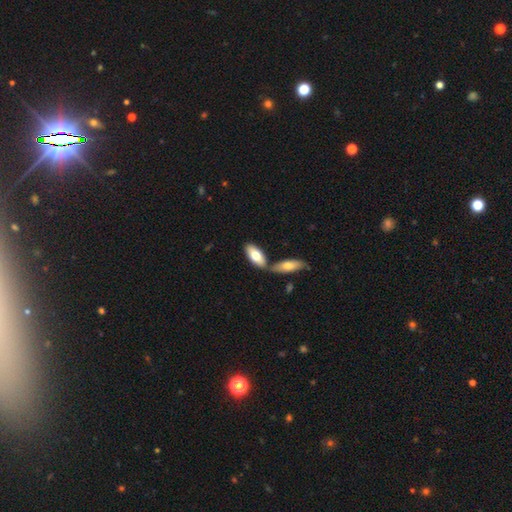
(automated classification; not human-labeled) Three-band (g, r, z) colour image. It shows a smooth galaxy with no disk features (73%) that is in between round and cigar-shaped (86%). Merging: none (59%).